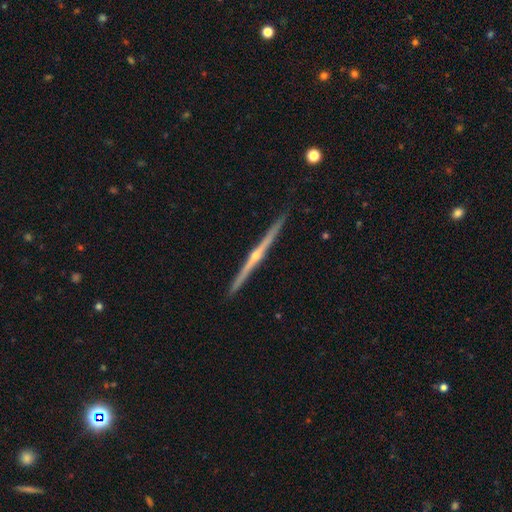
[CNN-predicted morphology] smooth_or_featured: featured or disk (p=0.85) [alt: smooth p=0.10]
disk_edge_on: yes (p=0.99) [alt: no p=0.01]
edge_on_bulge: rounded (p=0.88) [alt: none p=0.10]
merging: none (p=0.93) [alt: minor disturbance p=0.05]